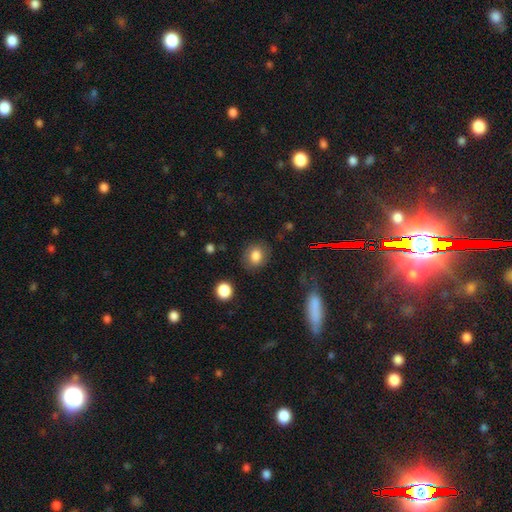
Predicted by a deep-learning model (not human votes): Overall: smooth (81%). How rounded: round (62%; in between 37%). Merging: none (79%).